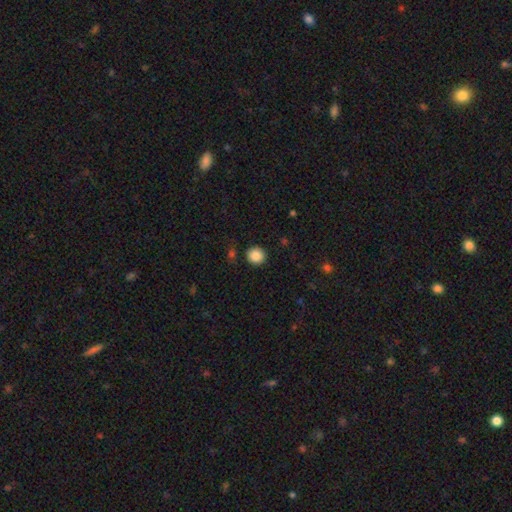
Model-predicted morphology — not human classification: A smooth galaxy with no disk features (87%) that is round (93%). Merging: none (89%).